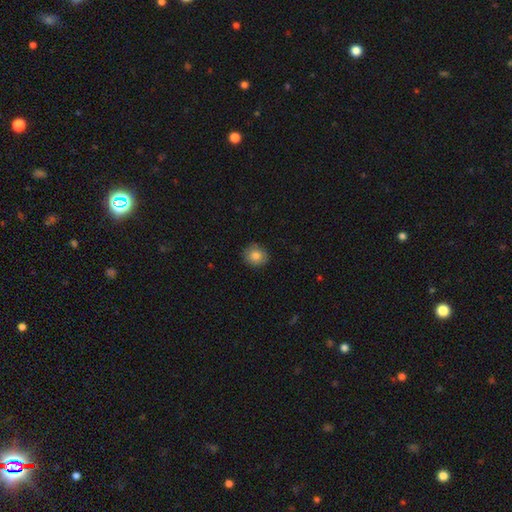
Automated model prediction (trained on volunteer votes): Morphology: type=smooth (82%); roundness=round (77%); merging=none (88%).